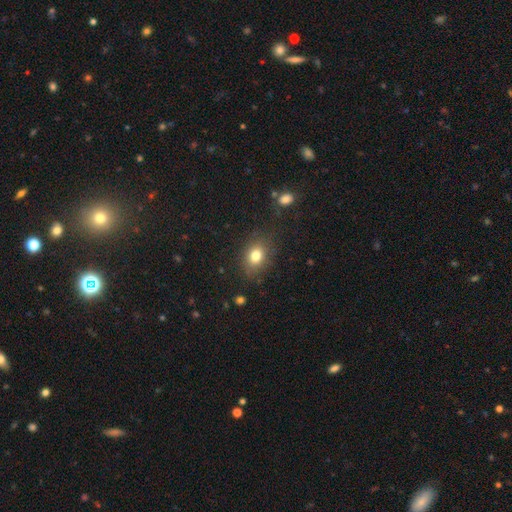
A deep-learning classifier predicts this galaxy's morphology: This appears to be a smooth galaxy with no disk features (80%) that is in between round and cigar-shaped (59%). Merging: none (81%).